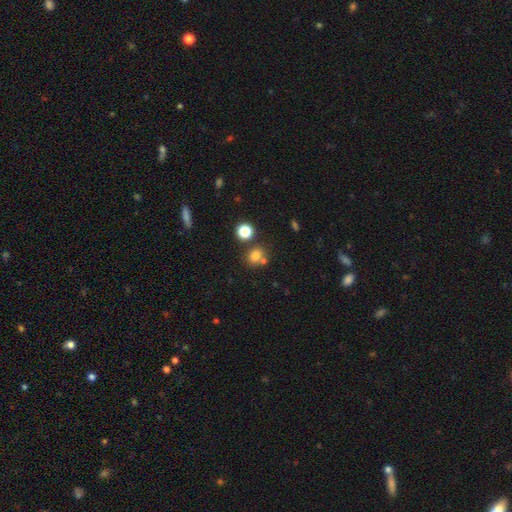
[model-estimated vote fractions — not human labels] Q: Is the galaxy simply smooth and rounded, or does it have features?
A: smooth — 76%.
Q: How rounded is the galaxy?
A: round — 73%.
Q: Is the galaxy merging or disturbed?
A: none — 66%.